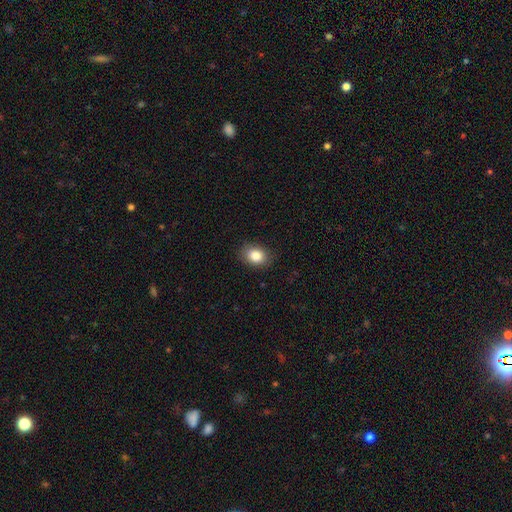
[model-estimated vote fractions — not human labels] A smooth galaxy with no disk features (84%) that is in between round and cigar-shaped (65%). Merging: none (85%).